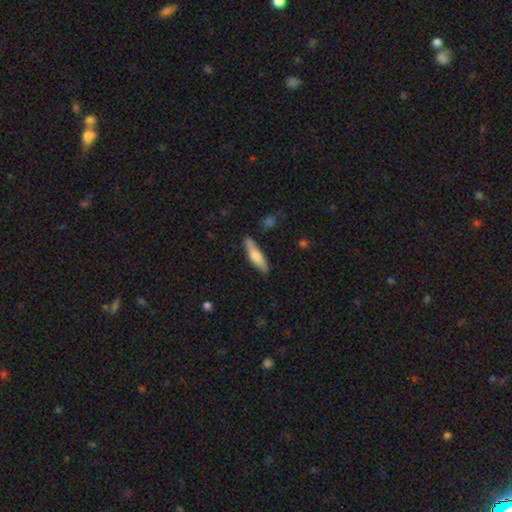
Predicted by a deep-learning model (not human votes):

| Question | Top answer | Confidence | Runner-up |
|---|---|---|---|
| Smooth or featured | smooth | 65% | featured or disk (29%) |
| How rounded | cigar-shaped | 69% | in between (29%) |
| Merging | none | 84% | minor disturbance (11%) |